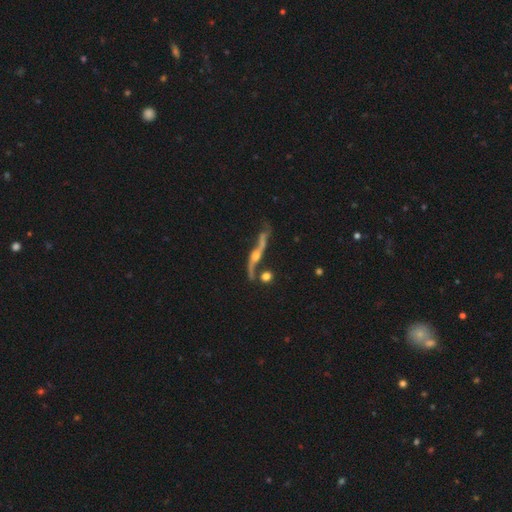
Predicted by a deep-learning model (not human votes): smooth-or-featured: featured or disk: 85% | smooth: 9% | star or artifact: 6%
  disk-edge-on: no: 54% | yes: 46%
  merging: none: 53% | minor disturbance: 21% | major disturbance: 14% | merger: 13%